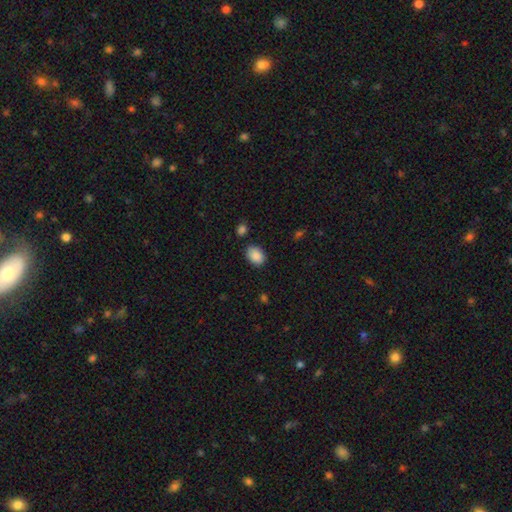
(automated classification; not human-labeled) Q: Smooth or featured?
A: smooth (89%); runner-up: star or artifact (8%)
Q: How rounded?
A: in between (80%); runner-up: round (19%)
Q: Merging?
A: none (82%); runner-up: minor disturbance (12%)